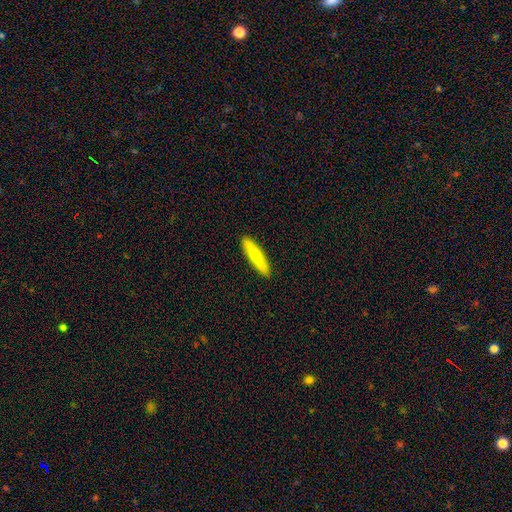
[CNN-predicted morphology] Smooth or featured?
  - smooth: 69% *
  - featured or disk: 25%
  - star or artifact: 5%
How rounded?
  - cigar-shaped: 77% *
  - in between: 21%
  - round: 2%
Merging?
  - none: 90% *
  - minor disturbance: 7%
  - major disturbance: 1%
  - merger: 1%